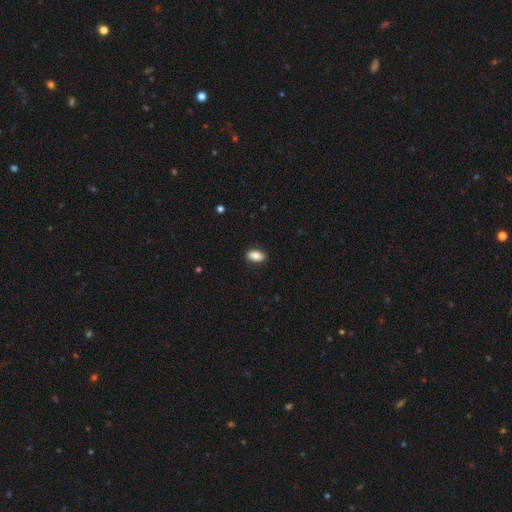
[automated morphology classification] smooth-or-featured: smooth: 84% | featured or disk: 9% | star or artifact: 7%
  how-rounded: in between: 91% | round: 5% | cigar-shaped: 5%
  merging: none: 88% | minor disturbance: 10% | major disturbance: 2% | merger: 1%